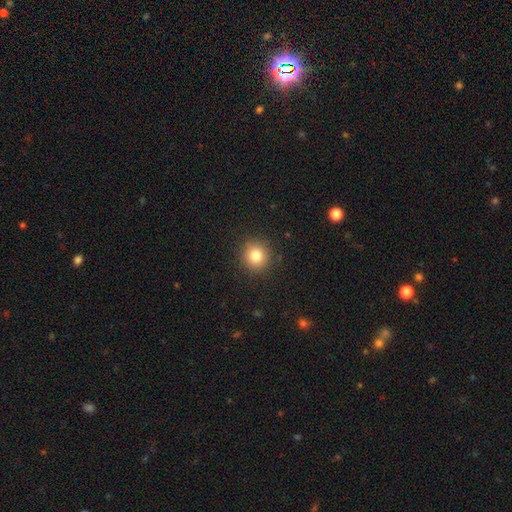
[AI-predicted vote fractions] smooth_or_featured: smooth (p=0.81) [alt: star or artifact p=0.12]
how_rounded: round (p=0.90) [alt: in between p=0.09]
merging: none (p=0.90) [alt: minor disturbance p=0.07]